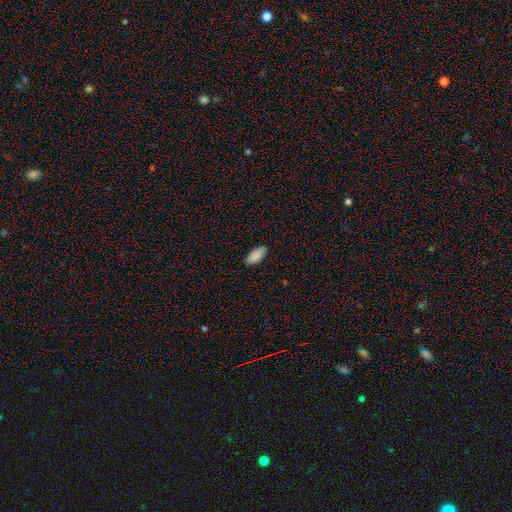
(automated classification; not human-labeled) This is clearly a smooth galaxy (89%). How rounded: clearly in between (87%). Merging: clearly none (87%).